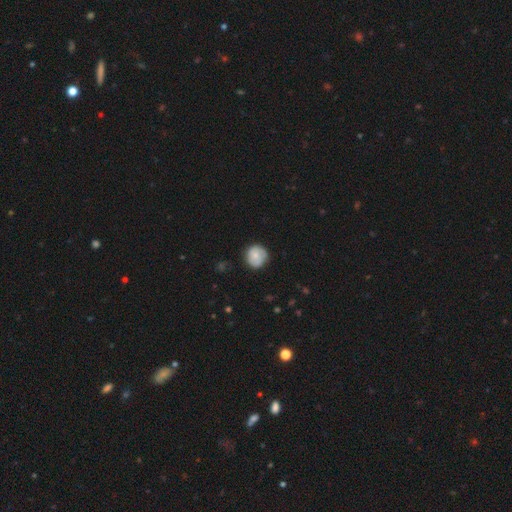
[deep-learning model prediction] This appears to be a smooth galaxy with no disk features (69%) that is round (89%). Merging: none (75%).